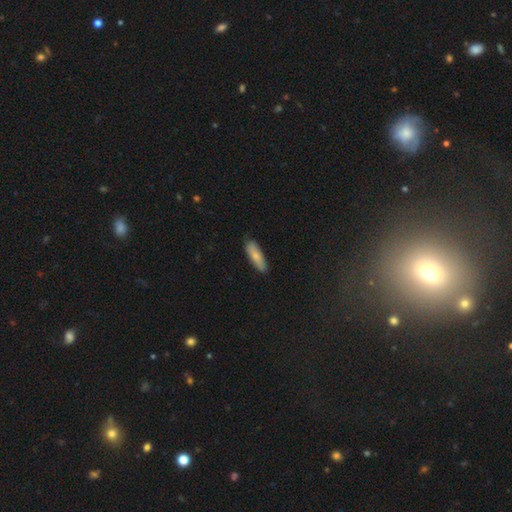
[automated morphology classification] Smooth or featured: smooth — 74% (featured or disk — 20%)
How rounded: cigar-shaped — 50% (in between — 48%)
Merging: none — 81% (minor disturbance — 15%)